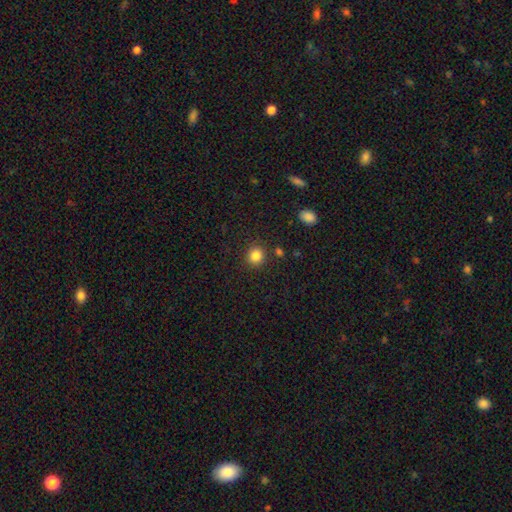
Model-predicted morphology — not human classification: Overall: smooth (84%). How rounded: round (87%). Merging: none (88%).